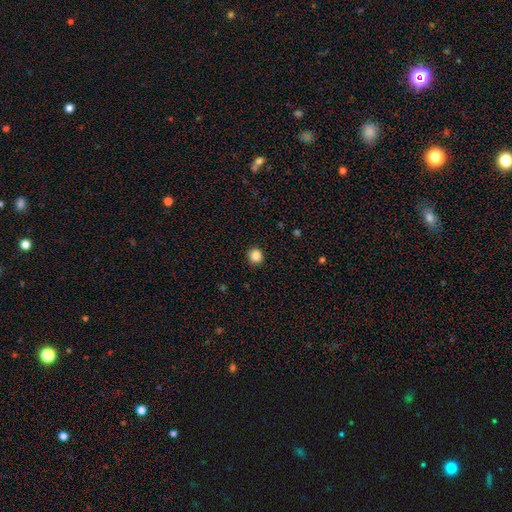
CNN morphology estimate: type=smooth (87%); roundness=round (89%); merging=none (91%).